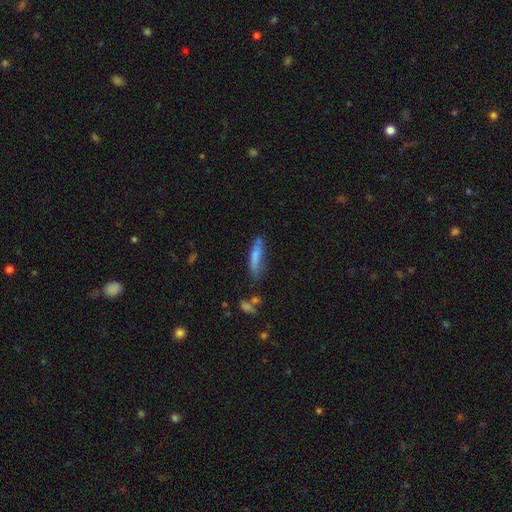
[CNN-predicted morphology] Overall: smooth (74%). How rounded: cigar-shaped (74%). Merging: none (59%; minor disturbance 26%).